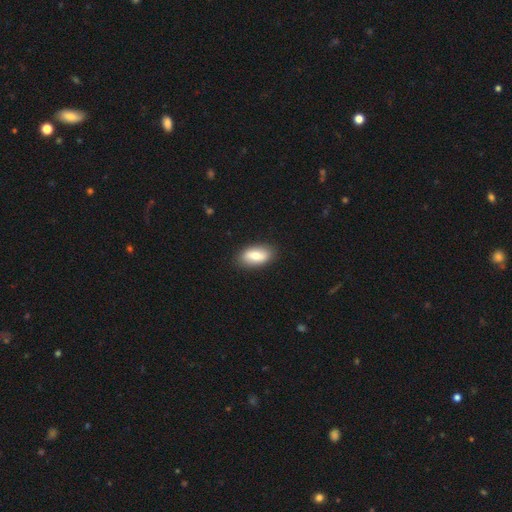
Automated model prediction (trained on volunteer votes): A smooth galaxy with no disk features (76%) that is in between round and cigar-shaped (91%). Merging: none (88%).